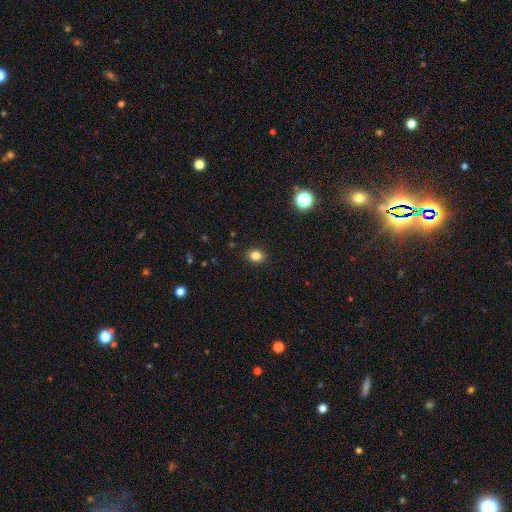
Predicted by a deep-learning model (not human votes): Smooth or featured? smooth (83%)
How rounded? in between (53%)
Merging? none (90%)